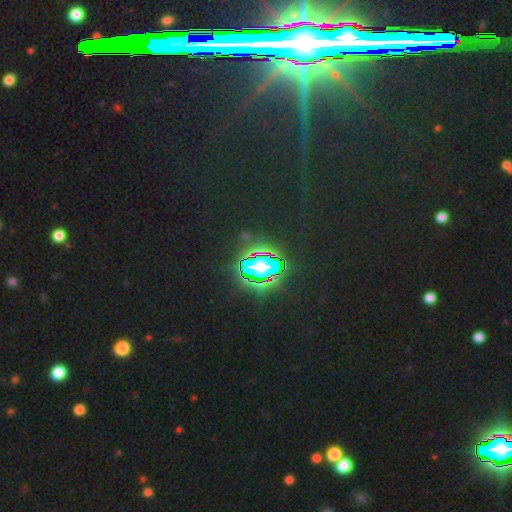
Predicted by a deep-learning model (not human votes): smooth_or_featured: star or artifact (p=0.84) [alt: smooth p=0.08]